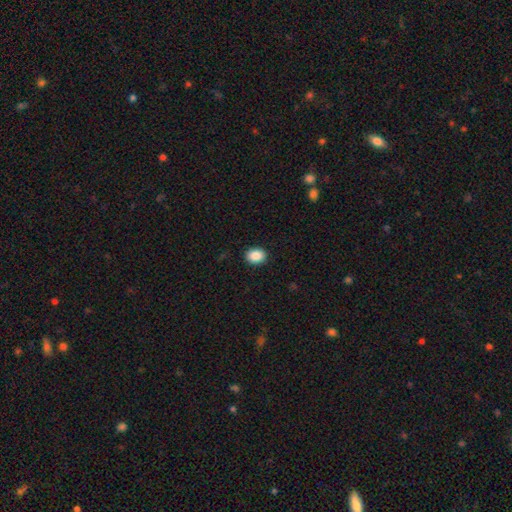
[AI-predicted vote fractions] smooth 89%, star or artifact 8%, featured or disk 3%. Down the decision tree: how rounded — in between (56%); merging — none (91%).